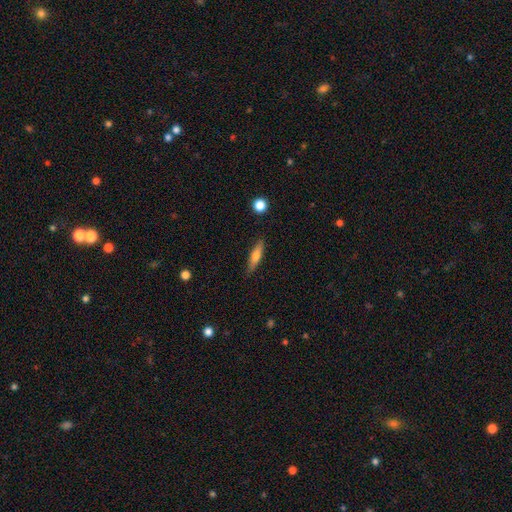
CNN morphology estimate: This is likely a smooth galaxy (68%). How rounded: likely cigar-shaped (71%). Merging: clearly none (85%).